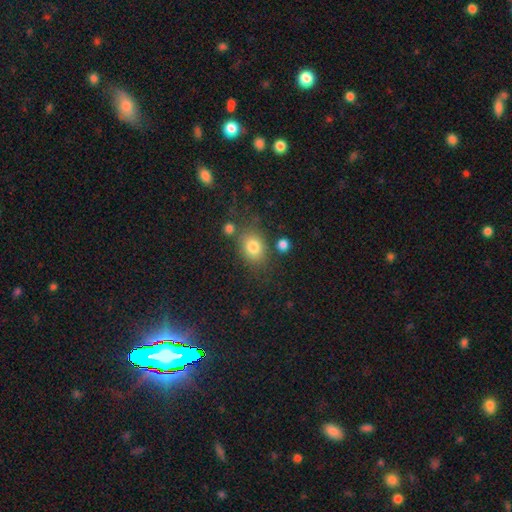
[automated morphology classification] A smooth galaxy with no disk features (47%).

Vote fractions:
- Smooth or featured? smooth: 47% / star or artifact: 44% / featured or disk: 9%
- Merging? none: 78% / minor disturbance: 12% / merger: 5% / major disturbance: 5%